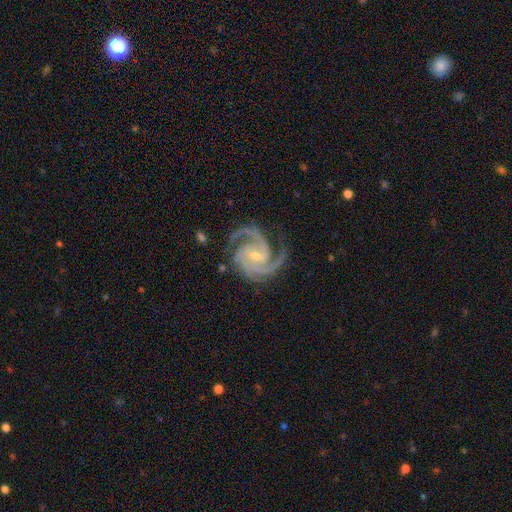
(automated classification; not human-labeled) Q: Smooth or featured?
A: featured or disk (95%); runner-up: star or artifact (4%)
Q: Edge-on disk?
A: no (98%); runner-up: yes (2%)
Q: Bar?
A: weak (41%); runner-up: no (39%)
Q: Spiral arms?
A: yes (99%); runner-up: no (1%)
Q: Spiral winding?
A: tight (53%); runner-up: medium (43%)
Q: Spiral arm count?
A: 3 (53%); runner-up: 2 (33%)
Q: Bulge size?
A: small (65%); runner-up: moderate (32%)
Q: Merging?
A: none (77%); runner-up: minor disturbance (16%)